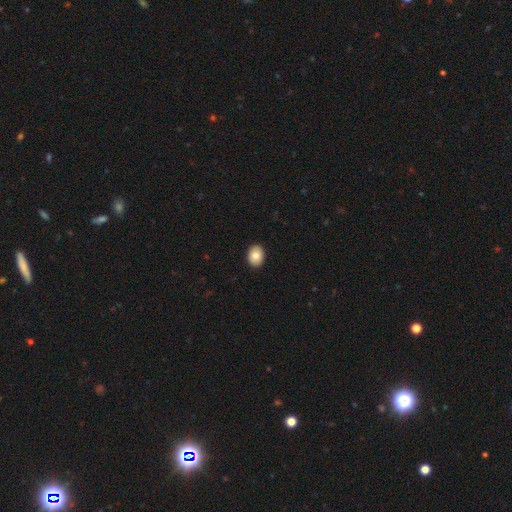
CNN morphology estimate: Q: Smooth or featured?
A: smooth (84%); runner-up: featured or disk (8%)
Q: How rounded?
A: in between (71%); runner-up: round (28%)
Q: Merging?
A: none (91%); runner-up: minor disturbance (6%)